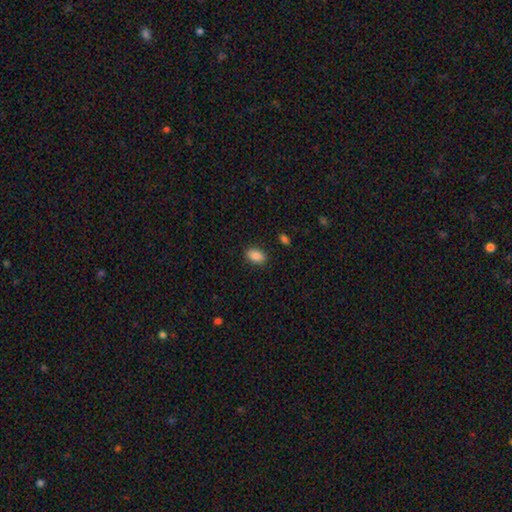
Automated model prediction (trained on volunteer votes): Morphology: type=smooth (86%); roundness=in between (90%); merging=none (87%).